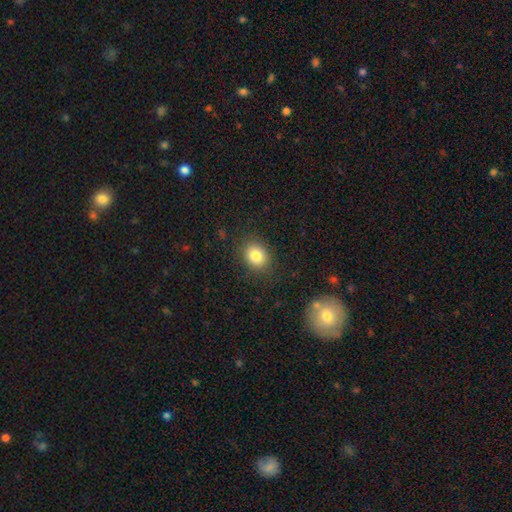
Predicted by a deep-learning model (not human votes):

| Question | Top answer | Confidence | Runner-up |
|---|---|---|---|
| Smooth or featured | smooth | 82% | star or artifact (10%) |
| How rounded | round | 59% | in between (40%) |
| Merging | none | 86% | minor disturbance (10%) |